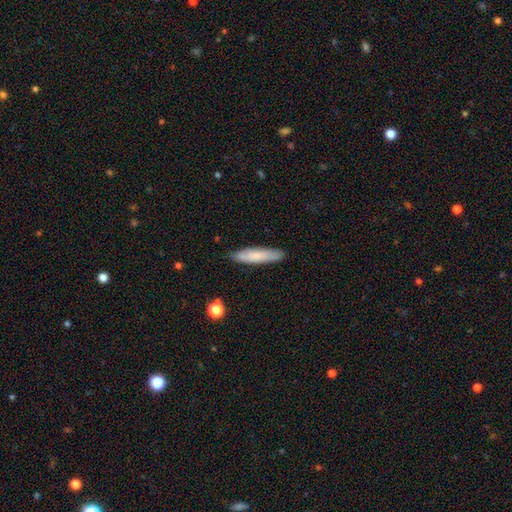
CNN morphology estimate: The model was most divided on "smooth or featured": smooth: 75%, featured or disk: 19%, star or artifact: 6%. More confident: merging — none (86%); how rounded — cigar-shaped (81%).